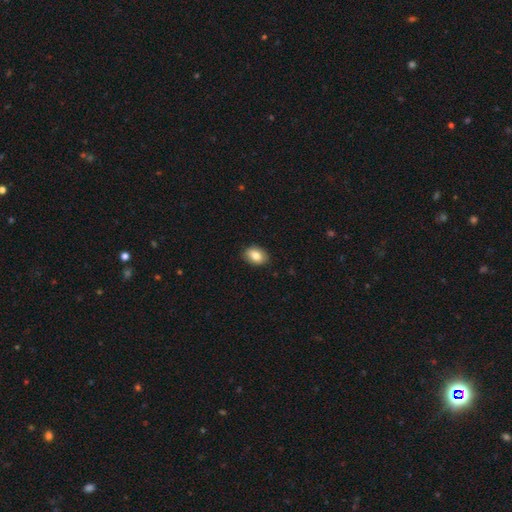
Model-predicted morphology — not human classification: smooth-or-featured: smooth: 82% | featured or disk: 11% | star or artifact: 8%
  how-rounded: in between: 82% | round: 17% | cigar-shaped: 1%
  merging: none: 86% | minor disturbance: 11% | major disturbance: 2% | merger: 1%